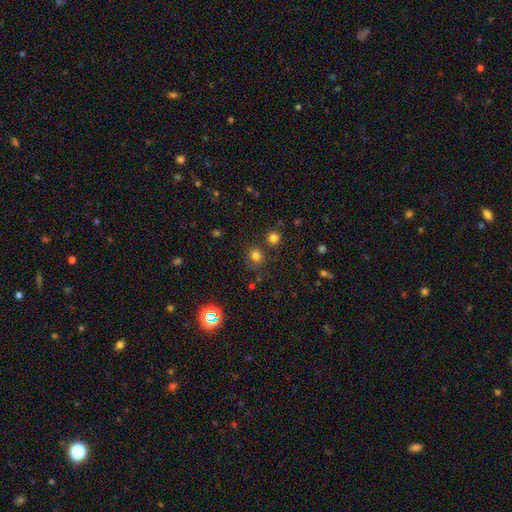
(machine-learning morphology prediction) This is likely a smooth galaxy (75%). How rounded: clearly round (86%). Merging: likely none (79%).